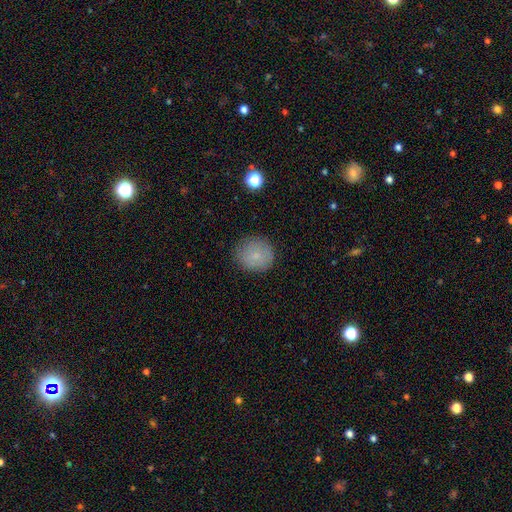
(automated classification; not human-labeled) smooth_or_featured: smooth (p=0.80) [alt: featured or disk p=0.11]
how_rounded: round (p=0.90) [alt: in between p=0.09]
merging: none (p=0.85) [alt: minor disturbance p=0.11]